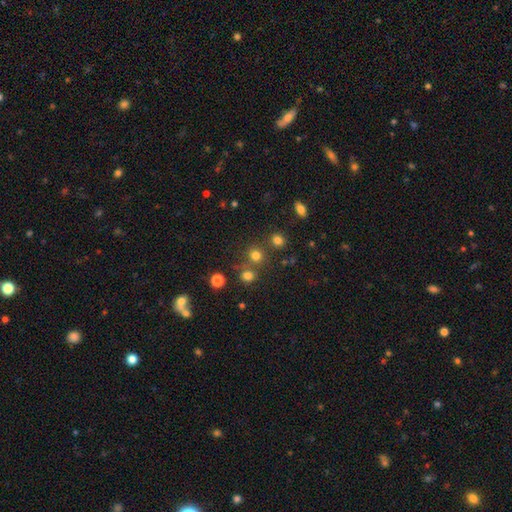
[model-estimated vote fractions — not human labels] This appears to be a smooth galaxy with no disk features (73%) that is round (89%). Merging: none (69%).